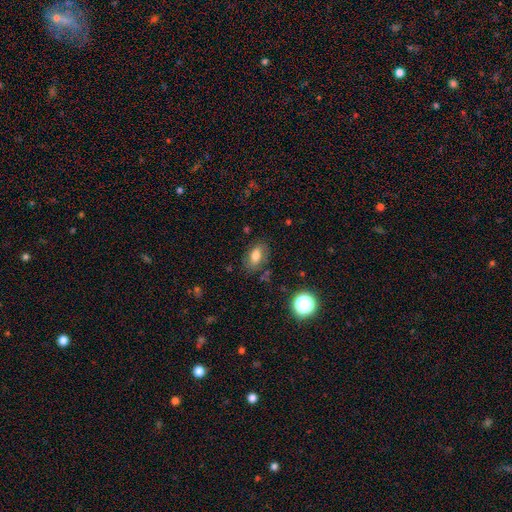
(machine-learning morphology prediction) Smooth or featured? smooth (72%)
How rounded? in between (88%)
Merging? none (75%)